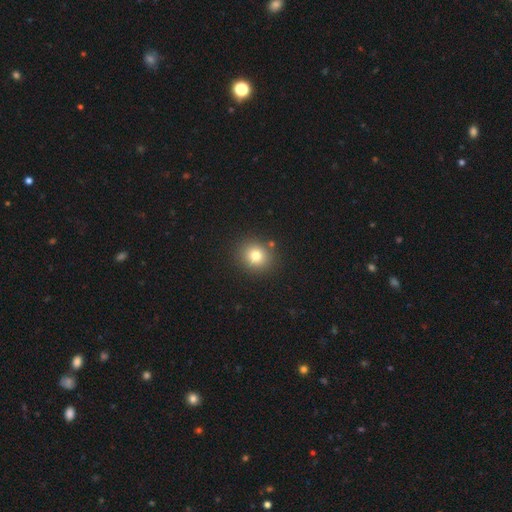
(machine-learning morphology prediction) The model was most divided on "smooth or featured": smooth: 78%, star or artifact: 13%, featured or disk: 9%. More confident: merging — none (86%); how rounded — round (83%).